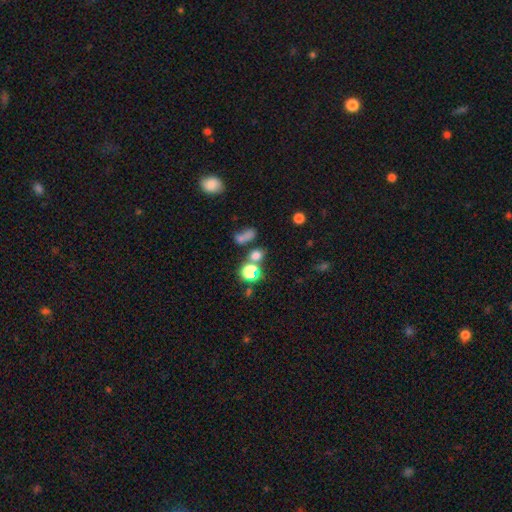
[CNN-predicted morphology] This is likely a smooth galaxy (63%). How rounded: likely round (69%). Merging: possibly none (55%).